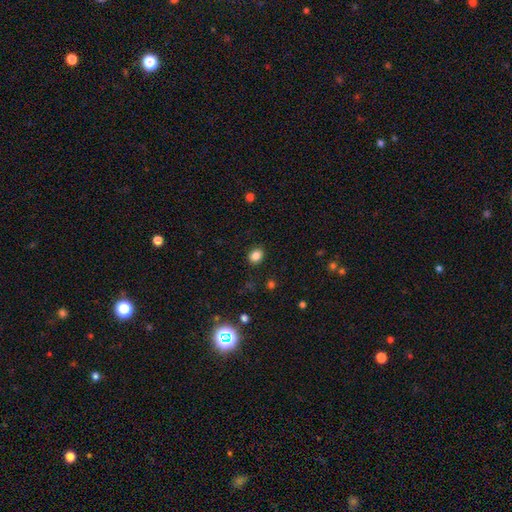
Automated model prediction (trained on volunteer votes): smooth-or-featured: smooth: 84% | star or artifact: 11% | featured or disk: 5%
  how-rounded: in between: 51% | round: 49% | cigar-shaped: 1%
  merging: none: 88% | minor disturbance: 8% | major disturbance: 2% | merger: 1%